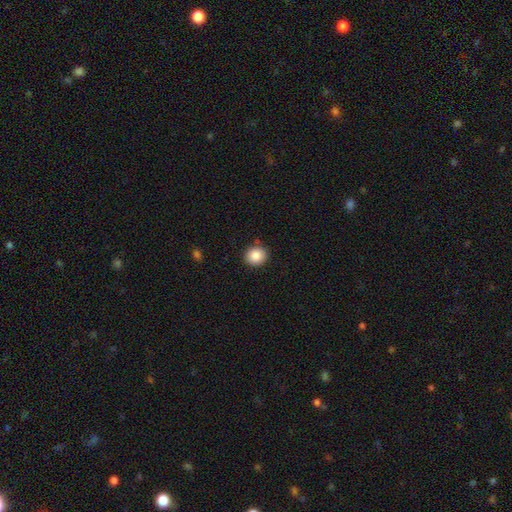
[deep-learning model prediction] A smooth galaxy with no disk features (87%) that is round (79%). Merging: none (87%).